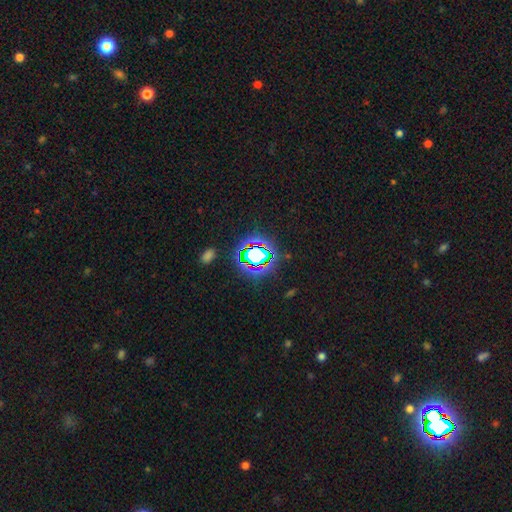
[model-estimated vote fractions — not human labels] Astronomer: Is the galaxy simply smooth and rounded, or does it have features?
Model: star or artifact — 61%.